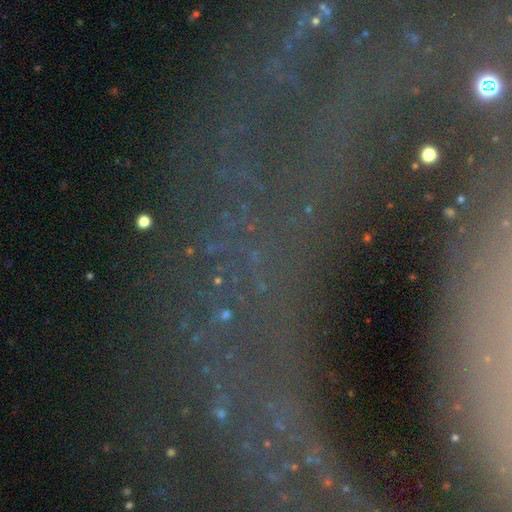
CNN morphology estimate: Smooth or featured? Predicted: star or artifact (p=0.61).